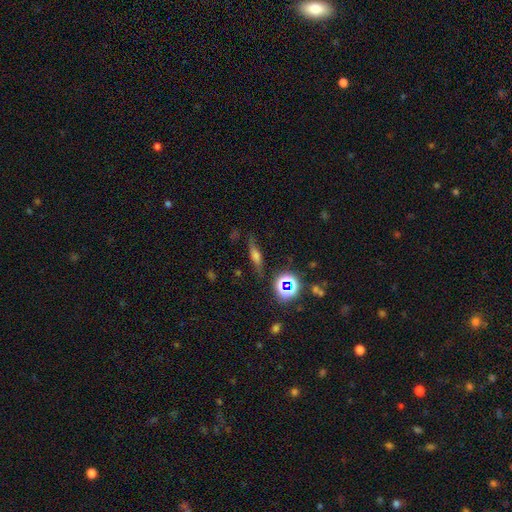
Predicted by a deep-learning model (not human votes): This appears to be a smooth galaxy with no disk features (45%). Merging: none (75%).